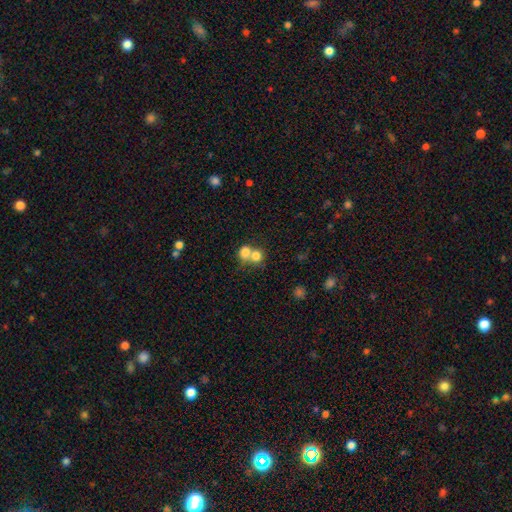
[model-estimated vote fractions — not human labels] Smooth or featured? smooth (76%)
How rounded? round (73%)
Merging? merger (62%)